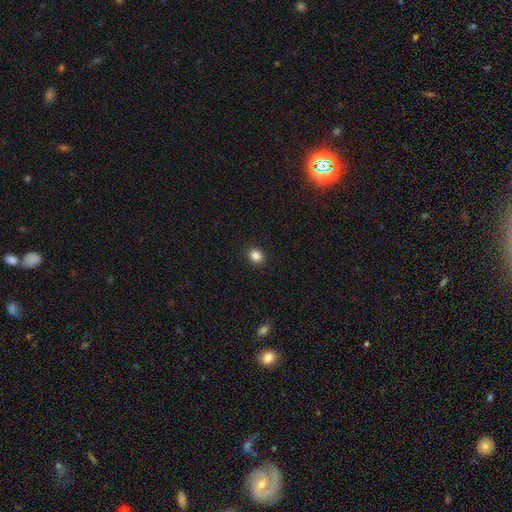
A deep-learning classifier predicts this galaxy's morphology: smooth_or_featured: smooth (p=0.86) [alt: star or artifact p=0.11]
how_rounded: round (p=0.72) [alt: in between p=0.27]
merging: none (p=0.91) [alt: minor disturbance p=0.06]